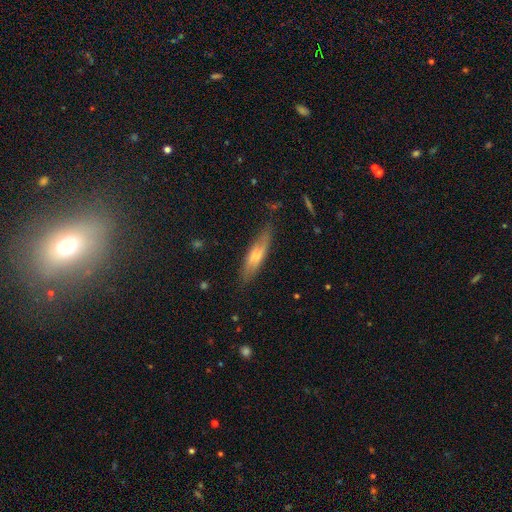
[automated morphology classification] A smooth galaxy with no disk features (55%) that is cigar-shaped (68%).

Vote fractions:
- Smooth or featured? smooth: 55% / featured or disk: 38% / star or artifact: 7%
- How rounded? cigar-shaped: 68% / in between: 30% / round: 2%
- Merging? none: 77% / minor disturbance: 18% / major disturbance: 4% / merger: 2%